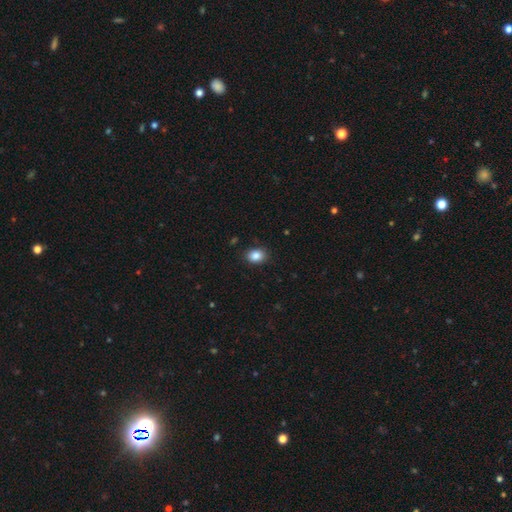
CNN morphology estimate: Smooth or featured? smooth (86%)
How rounded? in between (60%)
Merging? none (87%)